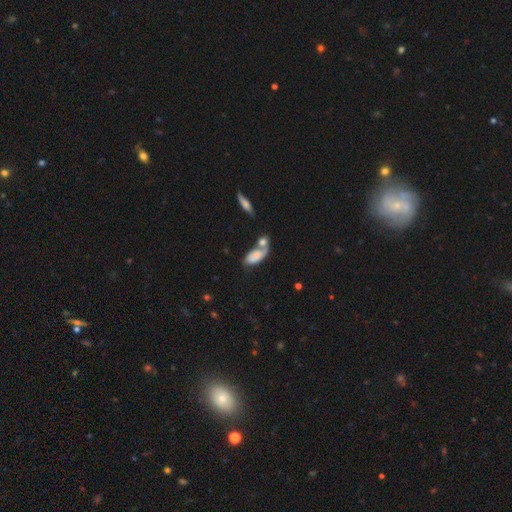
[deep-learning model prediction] The model was most divided on "merging": merger: 47%, none: 27%, minor disturbance: 14%, major disturbance: 11%. More confident: how rounded — in between (87%); smooth or featured — smooth (63%).